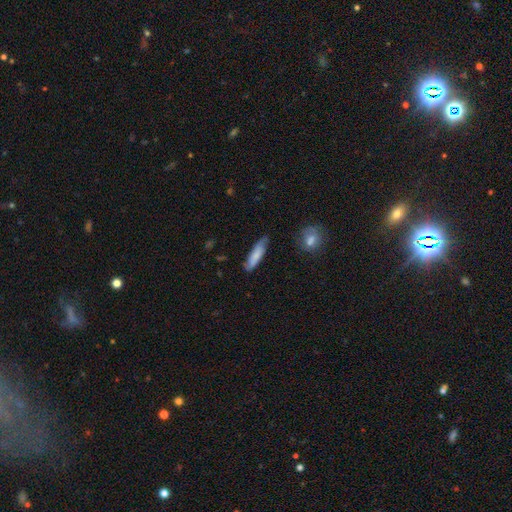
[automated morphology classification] Q: Smooth or featured?
A: smooth (74%); runner-up: featured or disk (20%)
Q: How rounded?
A: cigar-shaped (71%); runner-up: in between (27%)
Q: Merging?
A: none (70%); runner-up: minor disturbance (24%)